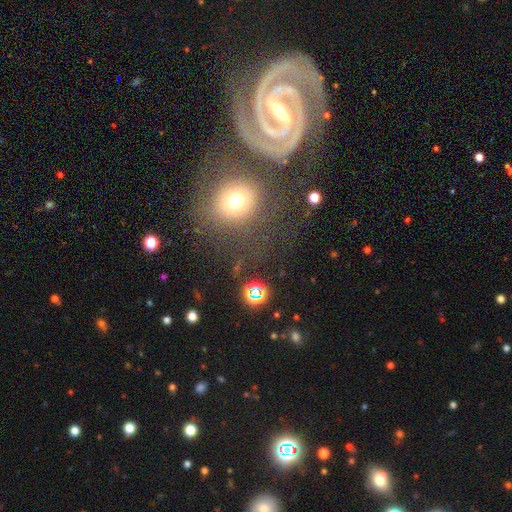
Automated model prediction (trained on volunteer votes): This is likely a featured or disk galaxy (60%). It is clearly not viewed edge-on (93%). Bar: marginally no (35%). Spiral arm pattern: clearly yes (93%). Spiral arm count: possibly 2 (59%). Spiral winding: likely tight (74%). Central bulge: possibly moderate (46%). Merging: likely none (75%).